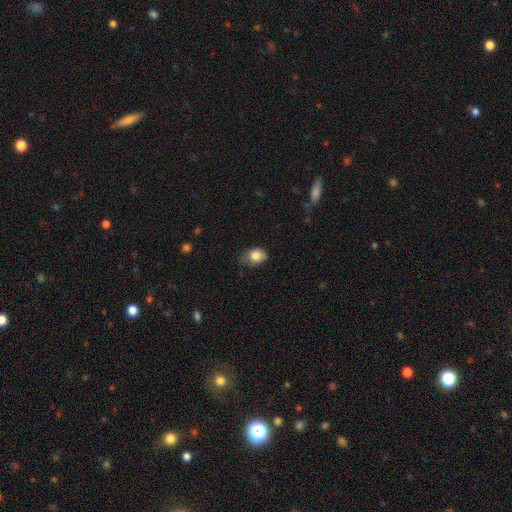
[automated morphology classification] type=smooth (83%); roundness=in between (57%); merging=none (53%).